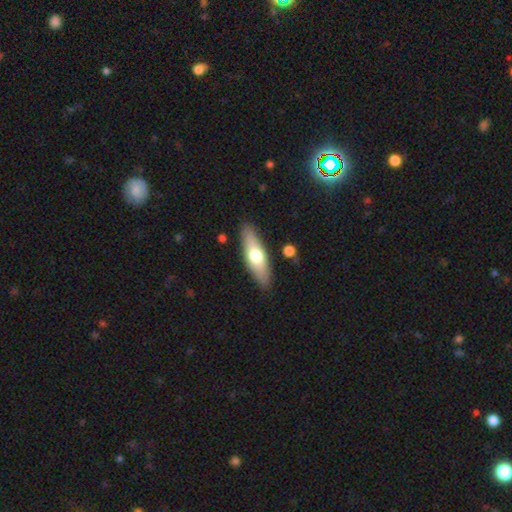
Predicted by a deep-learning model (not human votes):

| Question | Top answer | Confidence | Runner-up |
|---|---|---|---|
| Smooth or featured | smooth | 58% | featured or disk (37%) |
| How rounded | cigar-shaped | 51% | in between (47%) |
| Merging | none | 87% | minor disturbance (9%) |